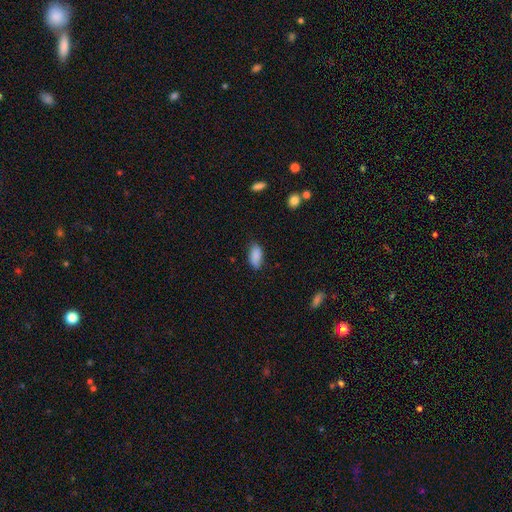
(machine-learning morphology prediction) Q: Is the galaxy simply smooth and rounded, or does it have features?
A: smooth — 87%.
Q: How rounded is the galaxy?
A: in between — 90%.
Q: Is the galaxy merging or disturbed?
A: none — 76%.